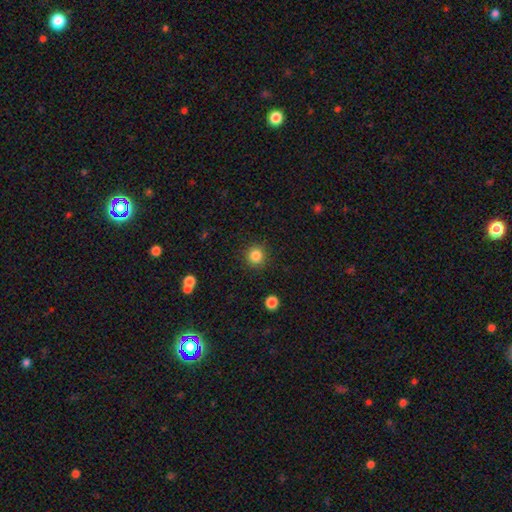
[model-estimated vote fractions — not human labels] smooth-or-featured: smooth: 84% | star or artifact: 11% | featured or disk: 4%
  how-rounded: round: 93% | in between: 6% | cigar-shaped: 1%
  merging: none: 90% | minor disturbance: 6% | major disturbance: 2% | merger: 2%